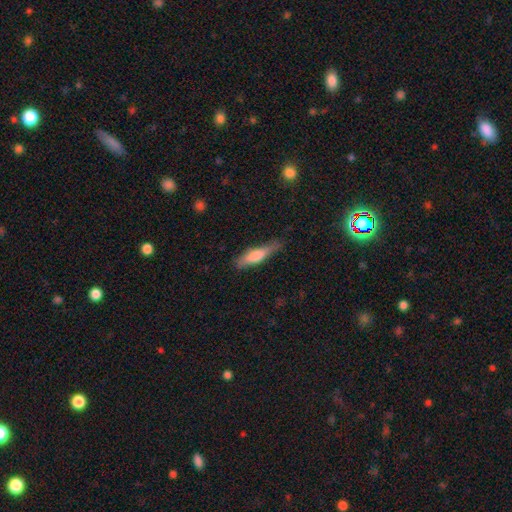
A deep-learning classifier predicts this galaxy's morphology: smooth 62%, featured or disk 32%, star or artifact 6%. Down the decision tree: how rounded — cigar-shaped (79%); merging — none (75%).